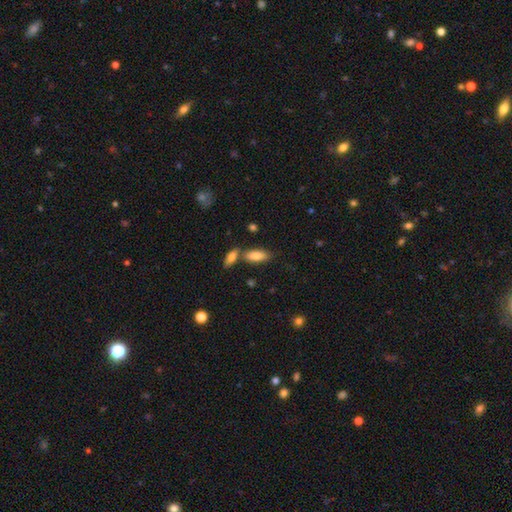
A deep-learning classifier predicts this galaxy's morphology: A smooth galaxy with no disk features (82%) that is in between round and cigar-shaped (76%).

Vote fractions:
- Smooth or featured? smooth: 82% / featured or disk: 12% / star or artifact: 7%
- How rounded? in between: 76% / cigar-shaped: 22% / round: 2%
- Merging? none: 64% / merger: 20% / minor disturbance: 13% / major disturbance: 3%